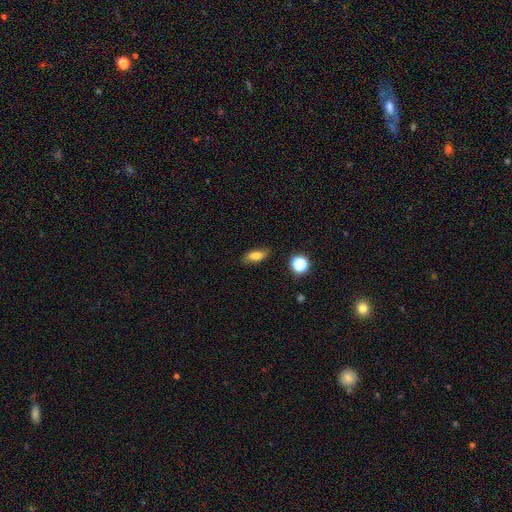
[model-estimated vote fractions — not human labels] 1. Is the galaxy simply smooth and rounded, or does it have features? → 77% smooth, 12% featured or disk, 11% star or artifact.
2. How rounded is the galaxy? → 74% in between, 19% cigar-shaped, 7% round.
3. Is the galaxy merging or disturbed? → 81% none, 14% minor disturbance, 3% major disturbance, 2% merger.